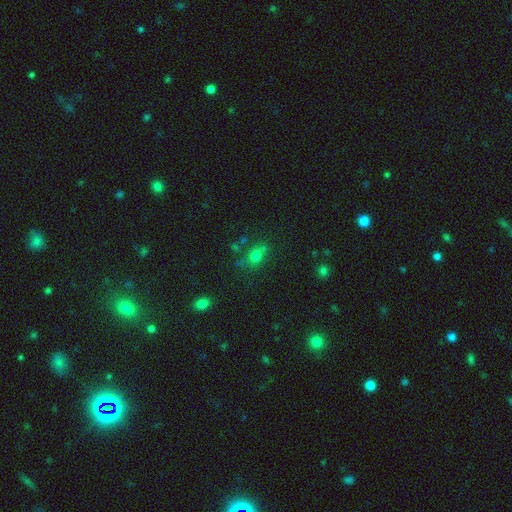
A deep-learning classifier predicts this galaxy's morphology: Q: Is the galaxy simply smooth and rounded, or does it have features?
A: smooth — 66%.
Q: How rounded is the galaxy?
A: round — 50%.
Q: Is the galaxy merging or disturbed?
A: none — 59%.